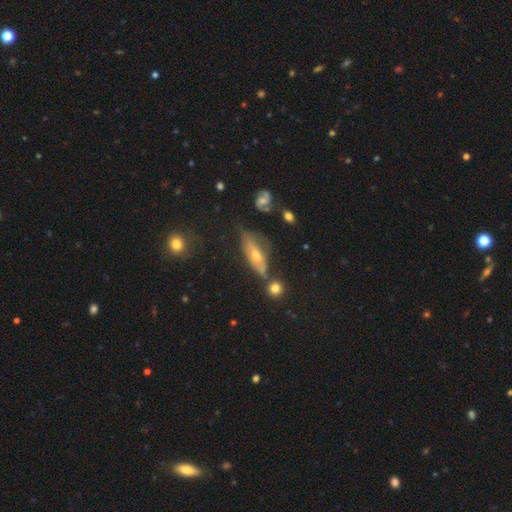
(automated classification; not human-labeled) Smooth or featured? featured or disk (52%)
Edge-on disk? yes (58%)
Merging? none (62%)